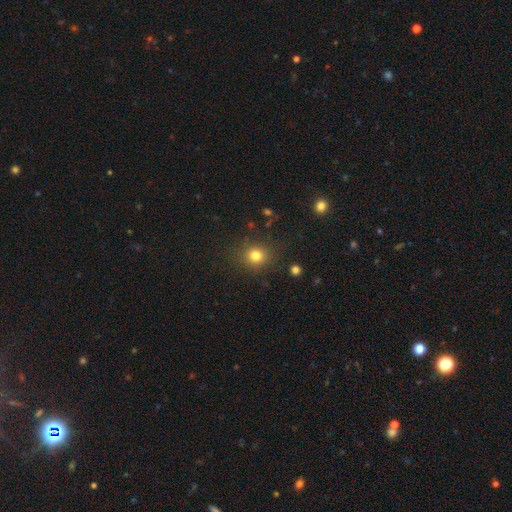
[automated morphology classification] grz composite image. It shows a smooth galaxy with no disk features (80%) that is round (89%). Merging: none (87%).